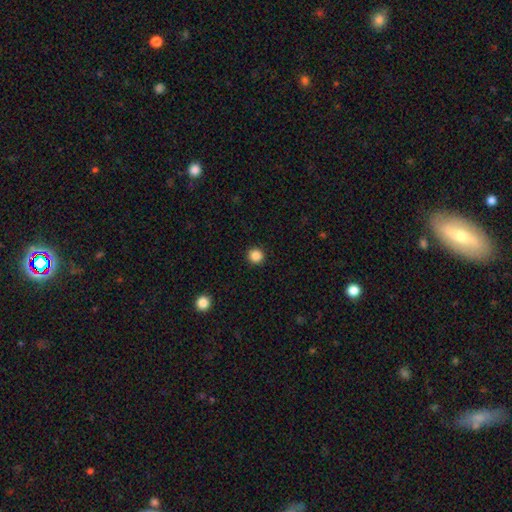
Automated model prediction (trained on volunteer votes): smooth-or-featured: smooth: 86% | star or artifact: 11% | featured or disk: 3%
  how-rounded: round: 94% | in between: 5% | cigar-shaped: 1%
  merging: none: 93% | minor disturbance: 4% | major disturbance: 2% | merger: 1%